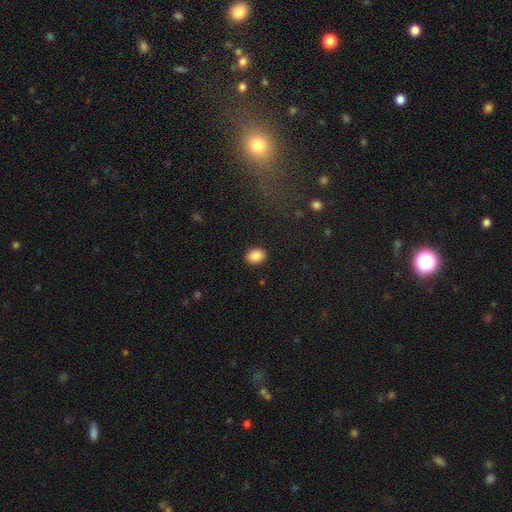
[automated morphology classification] Smooth or featured?
  - smooth: 88% *
  - star or artifact: 8%
  - featured or disk: 4%
How rounded?
  - in between: 63% *
  - round: 36%
  - cigar-shaped: 1%
Merging?
  - none: 90% *
  - minor disturbance: 7%
  - major disturbance: 2%
  - merger: 1%